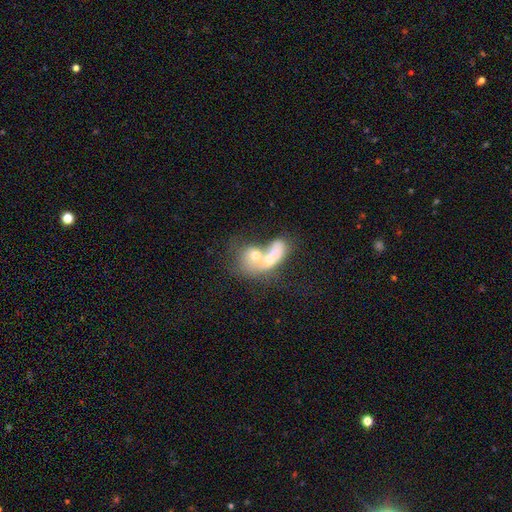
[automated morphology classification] This appears to be a smooth galaxy with no disk features (52%) that is in between round and cigar-shaped (58%). Merging: merger (77%).